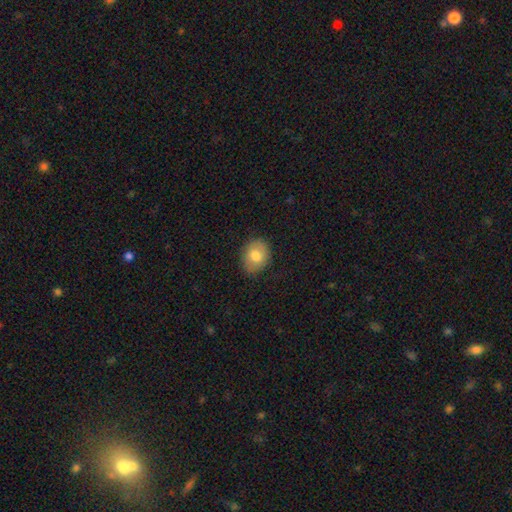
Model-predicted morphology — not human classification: A smooth galaxy with no disk features (76%) that is in between round and cigar-shaped (52%).

Vote fractions:
- Smooth or featured? smooth: 76% / featured or disk: 16% / star or artifact: 8%
- How rounded? in between: 52% / round: 47% / cigar-shaped: 1%
- Merging? none: 83% / minor disturbance: 13% / major disturbance: 3% / merger: 1%